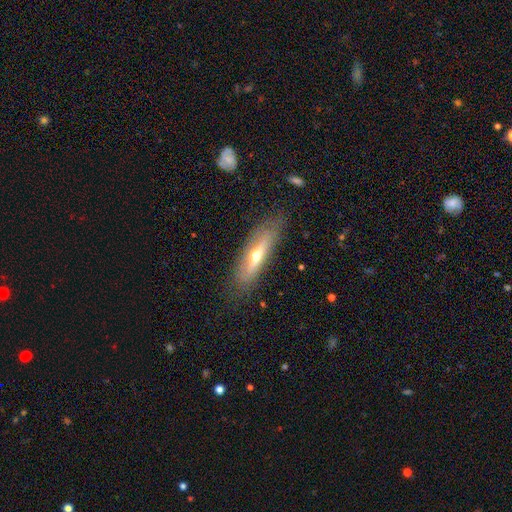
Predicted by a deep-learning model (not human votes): This is possibly a featured or disk galaxy (54%). It is likely viewed edge-on (72%). Merging: likely none (78%).